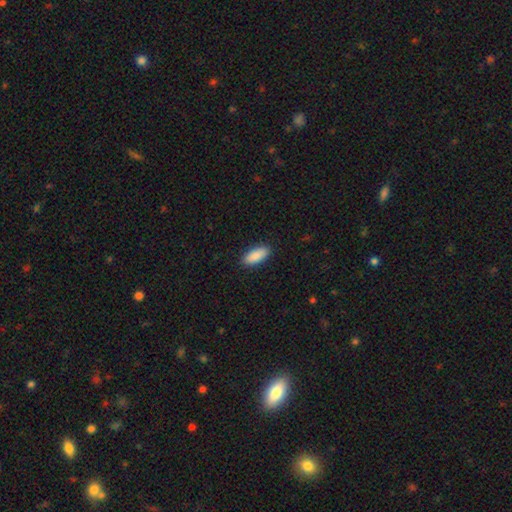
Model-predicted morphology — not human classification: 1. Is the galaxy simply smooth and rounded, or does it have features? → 91% smooth, 6% star or artifact, 4% featured or disk.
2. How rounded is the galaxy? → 84% in between, 15% cigar-shaped, 2% round.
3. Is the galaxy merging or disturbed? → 90% none, 7% minor disturbance, 2% major disturbance, 1% merger.